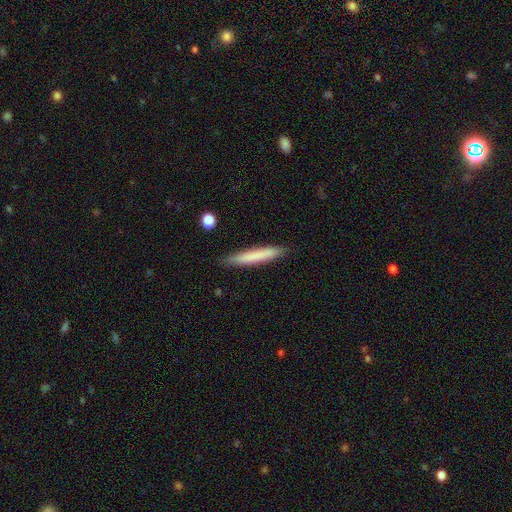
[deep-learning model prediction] Smooth or featured? Predicted: smooth (p=0.74). How rounded? Predicted: cigar-shaped (p=0.95). Merging? Predicted: none (p=0.89).